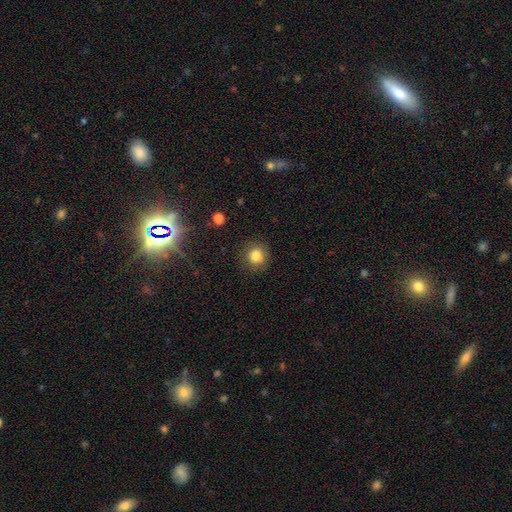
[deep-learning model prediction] smooth 82%, star or artifact 12%, featured or disk 6%. Down the decision tree: how rounded — round (90%); merging — none (88%).